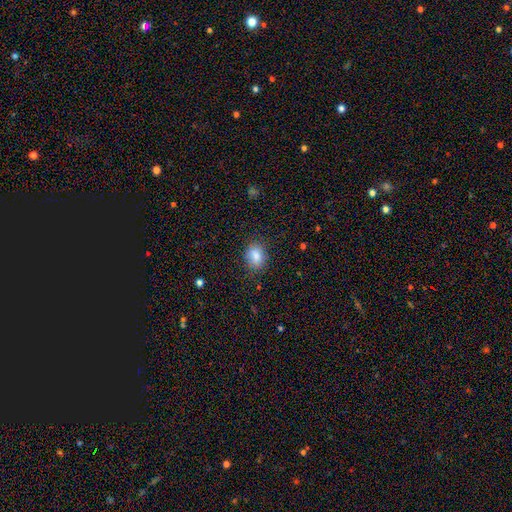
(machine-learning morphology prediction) Q: Smooth or featured?
A: smooth (84%); runner-up: star or artifact (9%)
Q: How rounded?
A: in between (63%); runner-up: round (36%)
Q: Merging?
A: none (79%); runner-up: minor disturbance (16%)